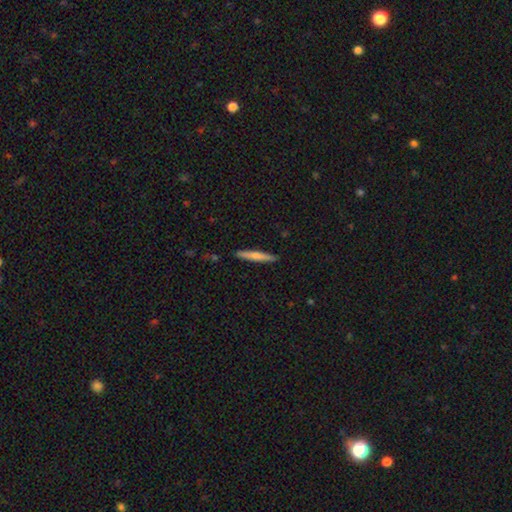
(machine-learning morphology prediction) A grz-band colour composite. It shows a smooth galaxy with no disk features (66%) that is cigar-shaped (95%). Merging: none (90%).